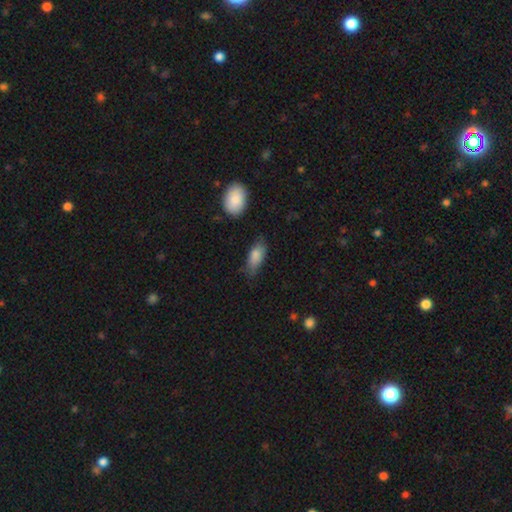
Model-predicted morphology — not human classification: Smooth or featured? Predicted: smooth (p=0.84). How rounded? Predicted: in between (p=0.85). Merging? Predicted: none (p=0.62).